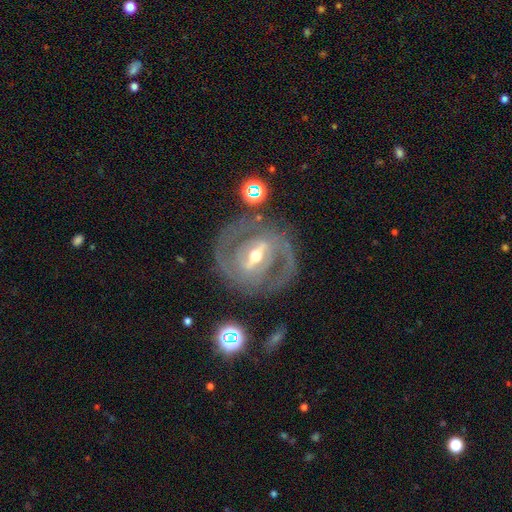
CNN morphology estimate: smooth-or-featured: featured or disk: 87% | smooth: 7% | star or artifact: 6%
  disk-edge-on: no: 95% | yes: 5%
    bar: strong: 58% | weak: 32% | no: 10%
    has-spiral-arms: yes: 88% | no: 12%
      spiral-winding: tight: 49% | medium: 41% | loose: 10%
      spiral-arm-count: 2: 76% | can't tell: 11% | 3: 7% | 1: 3% | 4: 2% | more than 4: 2%
    bulge-size: moderate: 62% | small: 32% | large: 4% | none: 1% | dominant: 1%
  merging: none: 76% | minor disturbance: 13% | major disturbance: 8% | merger: 3%